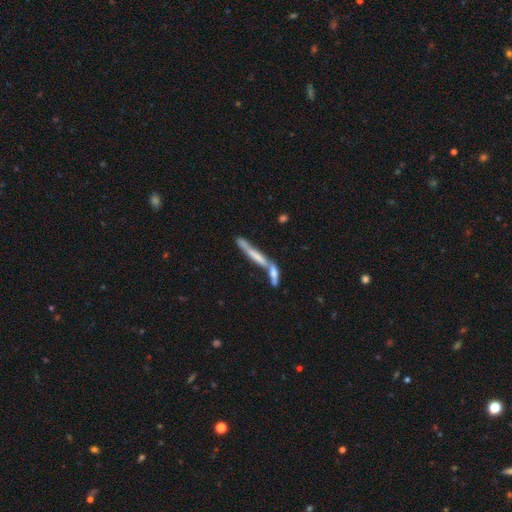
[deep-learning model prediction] Q: Smooth or featured?
A: smooth (48%); runner-up: featured or disk (45%)
Q: Merging?
A: merger (58%); runner-up: none (26%)